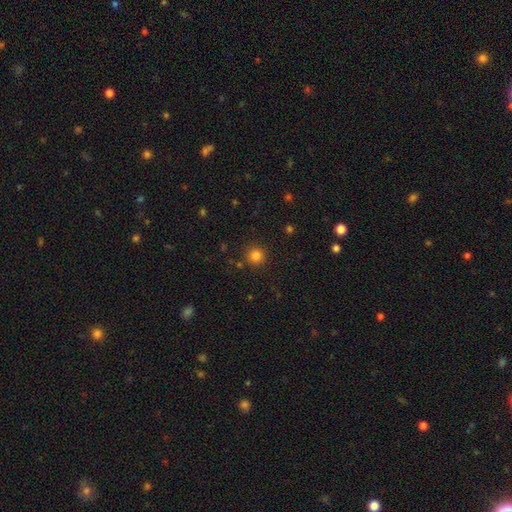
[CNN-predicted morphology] Smooth or featured: smooth — 83% (star or artifact — 13%)
How rounded: round — 95% (in between — 4%)
Merging: none — 89% (minor disturbance — 7%)